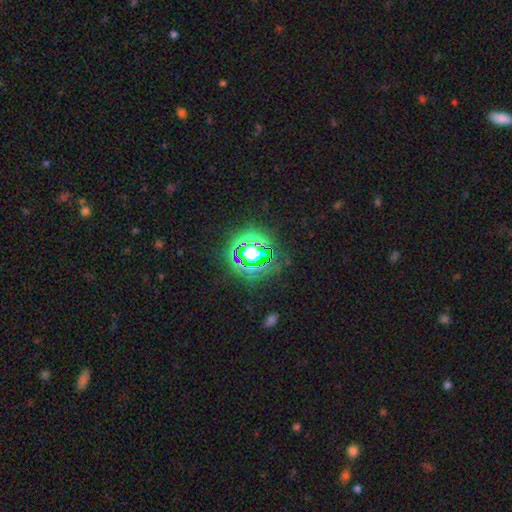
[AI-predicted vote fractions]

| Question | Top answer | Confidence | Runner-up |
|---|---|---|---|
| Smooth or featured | star or artifact | 78% | smooth (13%) |